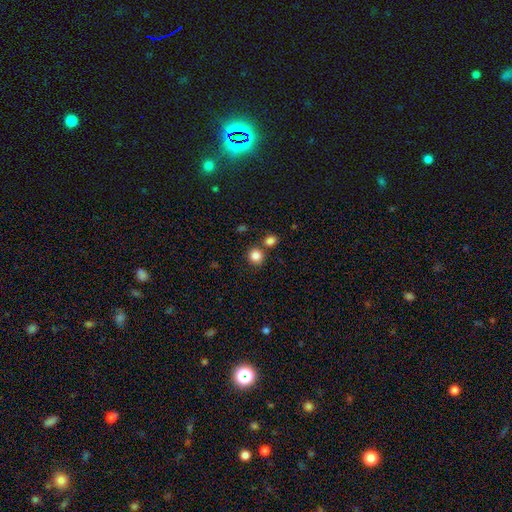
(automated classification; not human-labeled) This is clearly a smooth galaxy (84%). How rounded: clearly round (87%). Merging: likely none (75%).